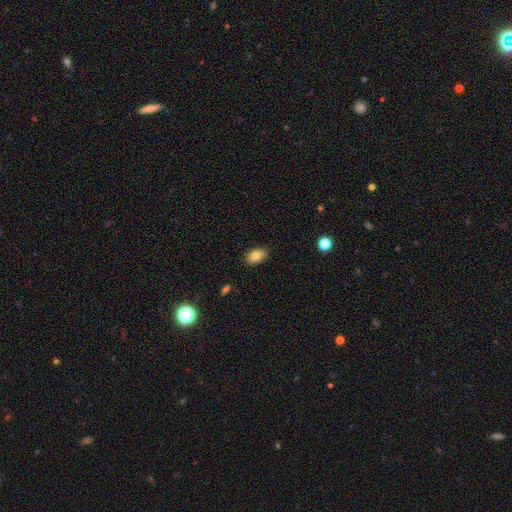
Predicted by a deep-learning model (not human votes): The model was most divided on "smooth or featured": smooth: 83%, star or artifact: 9%, featured or disk: 8%. More confident: how rounded — in between (90%); merging — none (88%).